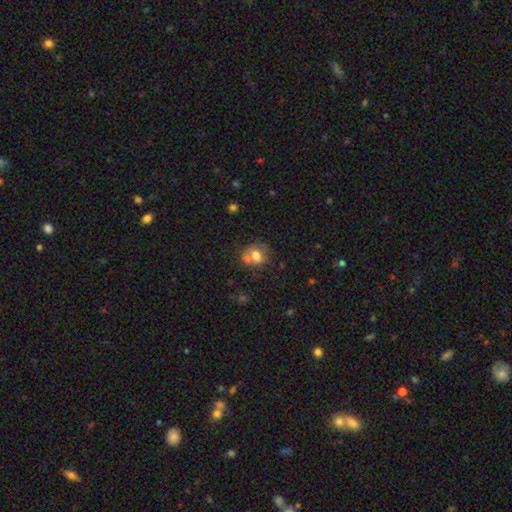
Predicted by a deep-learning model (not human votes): smooth 68%, featured or disk 21%, star or artifact 11%. Down the decision tree: how rounded — round (64%); merging — none (48%).